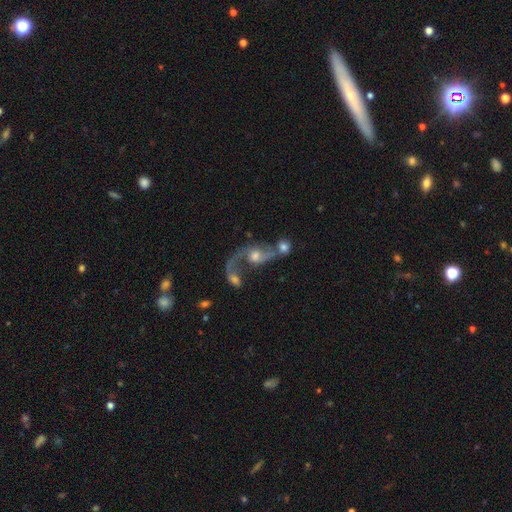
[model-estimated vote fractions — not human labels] smooth-or-featured: featured or disk: 76% | smooth: 14% | star or artifact: 10%
  disk-edge-on: no: 95% | yes: 5%
    bar: no: 68% | weak: 25% | strong: 6%
    has-spiral-arms: yes: 85% | no: 15%
      spiral-winding: loose: 76% | medium: 19% | tight: 5%
      spiral-arm-count: 2: 70% | 1: 23% | can't tell: 4% | 3: 1% | 4: 1% | more than 4: 1%
    bulge-size: moderate: 56% | small: 23% | large: 14% | none: 4% | dominant: 2%
  merging: merger: 56% | none: 22% | major disturbance: 15% | minor disturbance: 8%